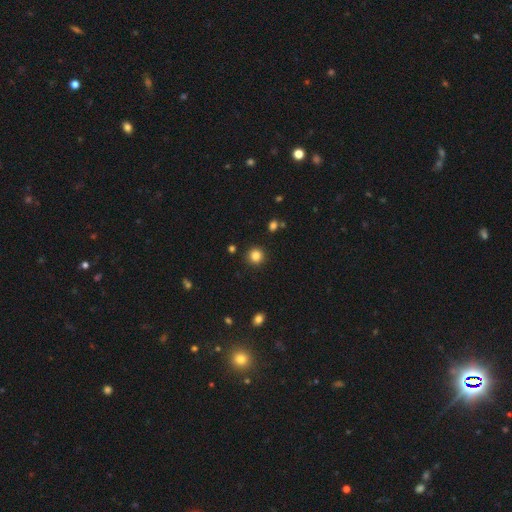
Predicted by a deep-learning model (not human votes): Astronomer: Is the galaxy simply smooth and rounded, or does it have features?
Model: smooth — 84%.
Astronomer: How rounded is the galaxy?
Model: round — 94%.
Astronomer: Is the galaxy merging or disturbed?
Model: none — 91%.